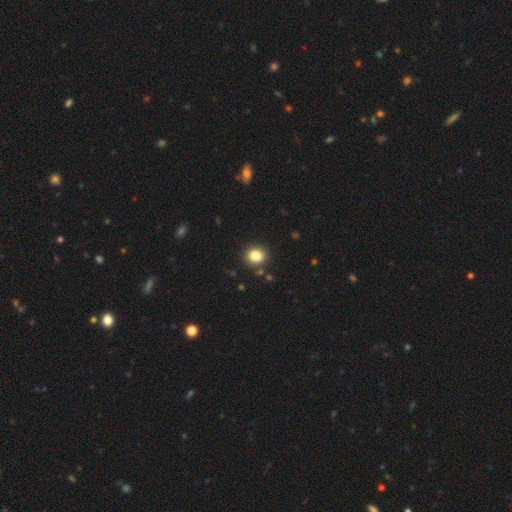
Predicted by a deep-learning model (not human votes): Smooth or featured? smooth (85%)
How rounded? round (76%)
Merging? none (88%)